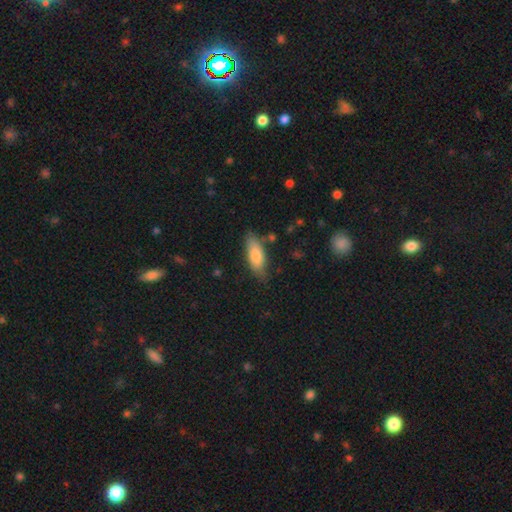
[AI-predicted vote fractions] The model was most divided on "how rounded": in between: 70%, cigar-shaped: 28%, round: 2%. More confident: smooth or featured — smooth (79%); merging — none (73%).